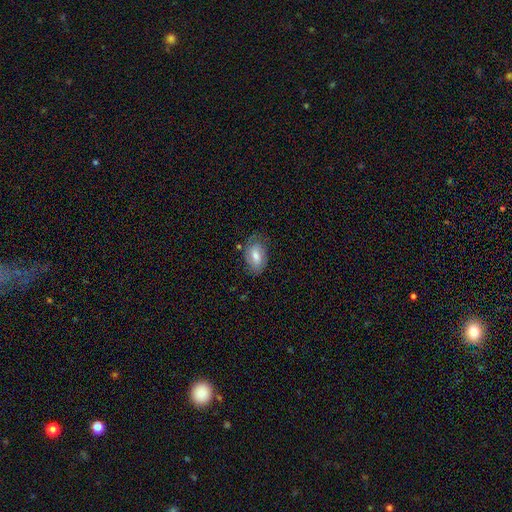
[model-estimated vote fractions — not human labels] Overall: smooth (55%; featured or disk 37%). How rounded: in between (90%). Merging: none (70%).